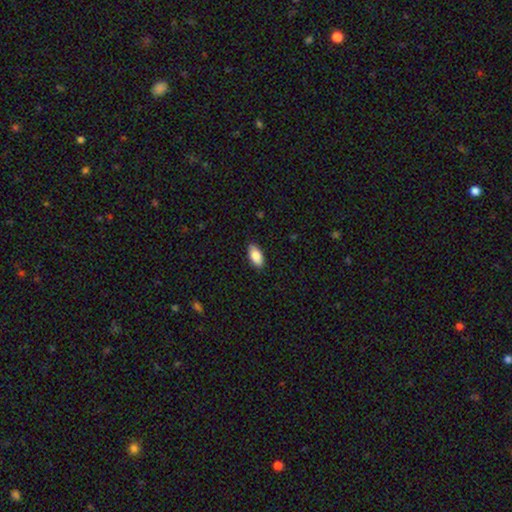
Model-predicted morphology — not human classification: Smooth or featured: smooth — 84% (featured or disk — 9%)
How rounded: in between — 92% (cigar-shaped — 5%)
Merging: none — 89% (minor disturbance — 9%)